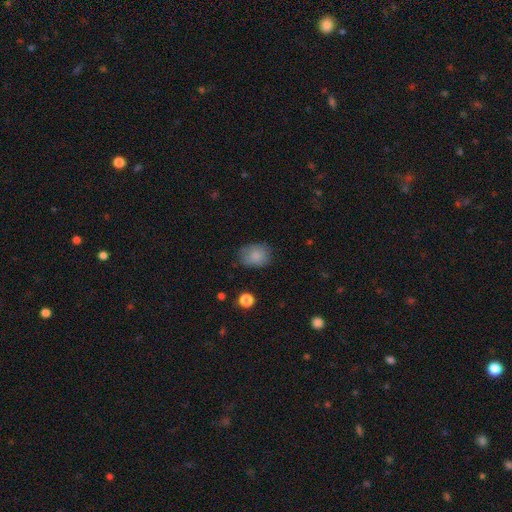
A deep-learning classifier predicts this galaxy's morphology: smooth 82%, featured or disk 9%, star or artifact 9%. Down the decision tree: how rounded — in between (64%); merging — none (67%).